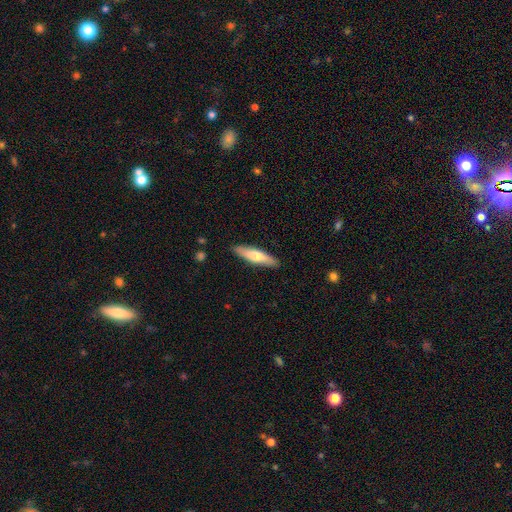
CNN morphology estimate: Smooth or featured? smooth (63%)
How rounded? cigar-shaped (75%)
Merging? none (89%)